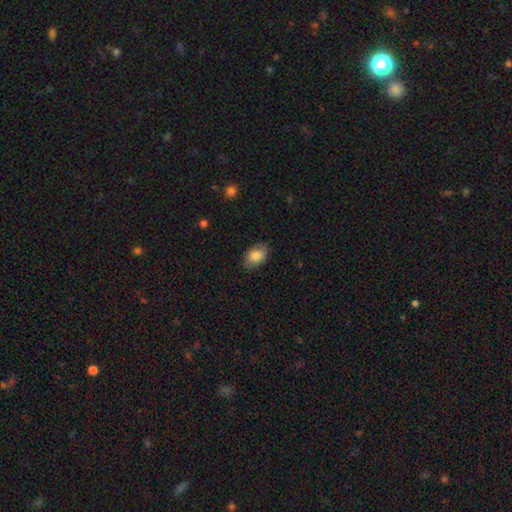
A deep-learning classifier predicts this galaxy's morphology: Q: Smooth or featured?
A: smooth (79%); runner-up: featured or disk (14%)
Q: How rounded?
A: in between (86%); runner-up: round (13%)
Q: Merging?
A: none (80%); runner-up: minor disturbance (15%)